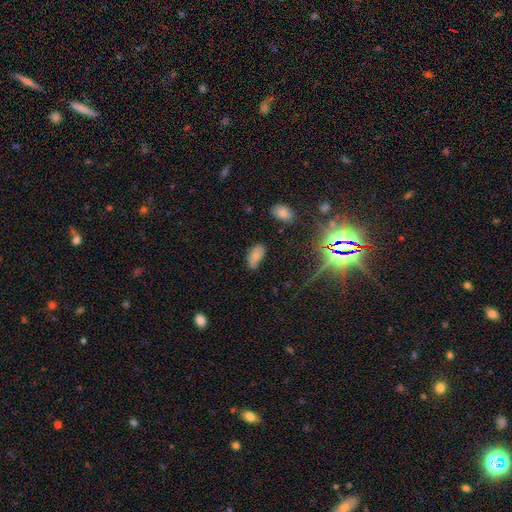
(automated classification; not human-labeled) A smooth galaxy with no disk features (74%) that is in between round and cigar-shaped (93%).

Vote fractions:
- Smooth or featured? smooth: 74% / star or artifact: 14% / featured or disk: 11%
- How rounded? in between: 93% / round: 4% / cigar-shaped: 3%
- Merging? none: 61% / minor disturbance: 28% / major disturbance: 7% / merger: 4%